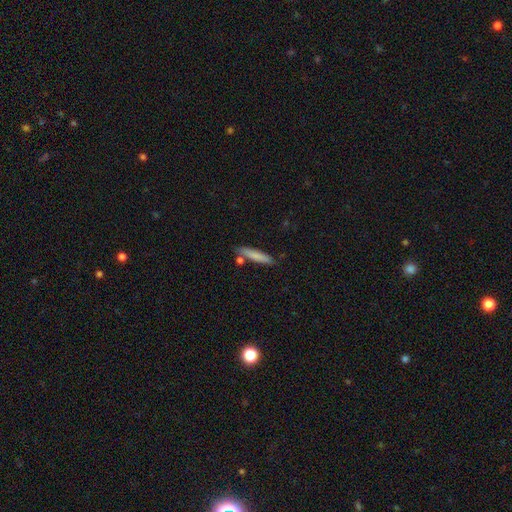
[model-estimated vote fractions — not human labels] Smooth or featured: smooth — 79% (featured or disk — 15%)
How rounded: cigar-shaped — 87% (in between — 11%)
Merging: none — 79% (minor disturbance — 12%)